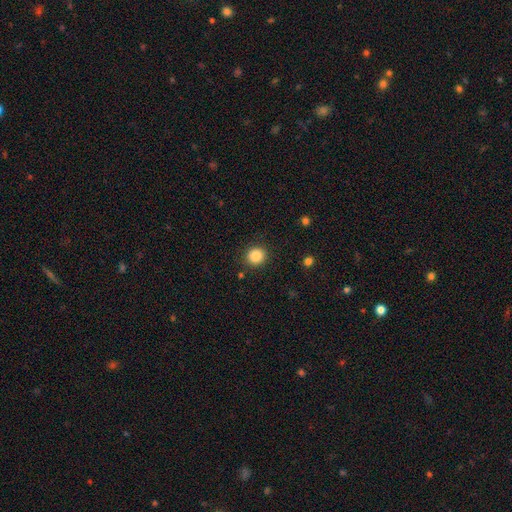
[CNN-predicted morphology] This is clearly a smooth galaxy (86%). How rounded: clearly round (85%). Merging: clearly none (89%).